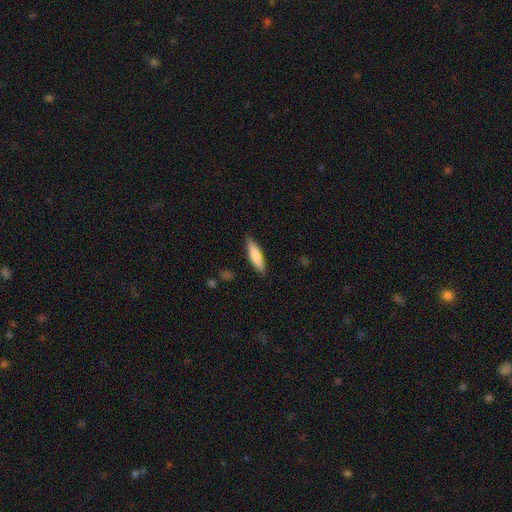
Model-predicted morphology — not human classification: Overall: smooth (77%). How rounded: cigar-shaped (69%; in between 29%). Merging: none (88%).